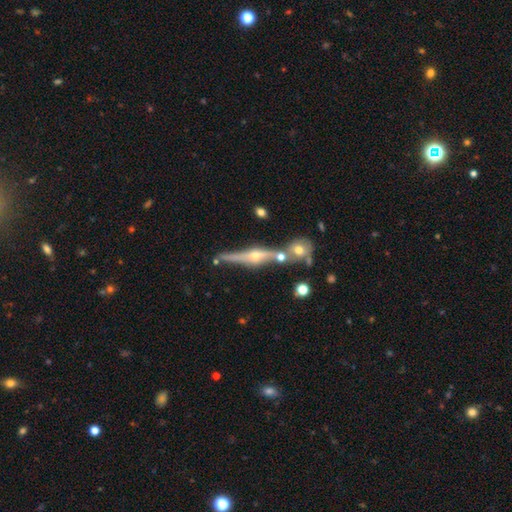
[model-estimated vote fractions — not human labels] This is likely a featured or disk galaxy (79%). It is clearly viewed edge-on (95%). Edge-on bulge: clearly rounded (92%). Merging: likely none (67%).